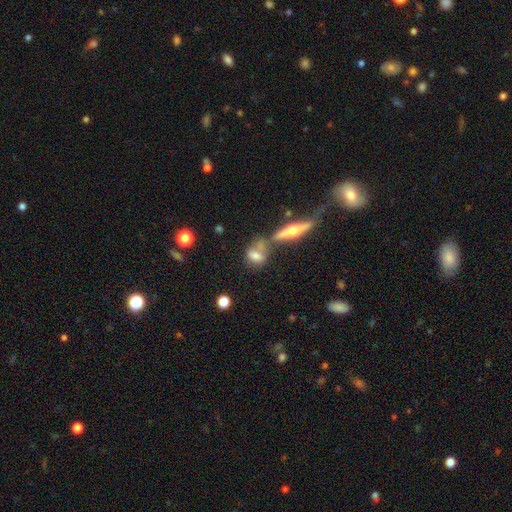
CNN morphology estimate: Smooth or featured? Predicted: smooth (p=0.59). How rounded? Predicted: in between (p=0.69). Merging? Predicted: none (p=0.44).